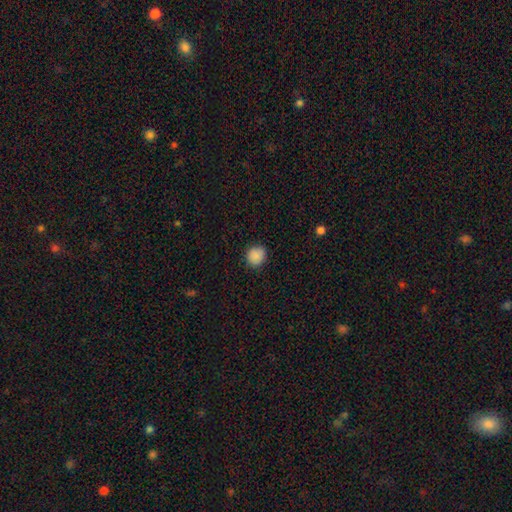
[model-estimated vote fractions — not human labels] A smooth galaxy with no disk features (87%) that is round (87%). Merging: none (87%).